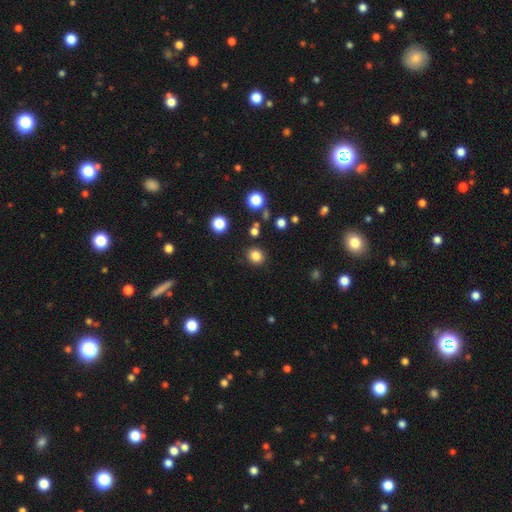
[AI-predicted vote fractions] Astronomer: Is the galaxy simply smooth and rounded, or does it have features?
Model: smooth — 83%.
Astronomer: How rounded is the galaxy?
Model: round — 79%.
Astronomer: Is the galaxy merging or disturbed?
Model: none — 87%.